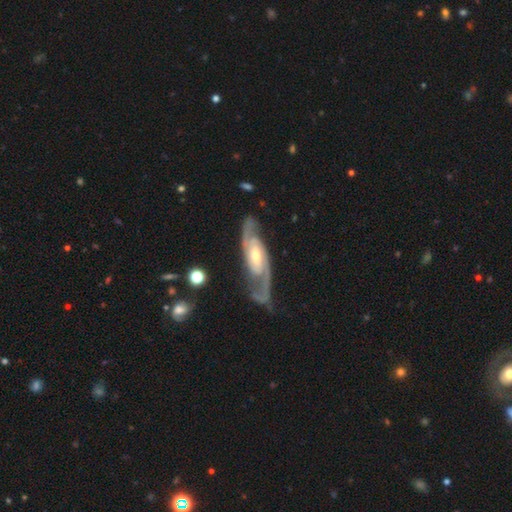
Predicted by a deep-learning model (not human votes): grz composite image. It shows a featured or disk galaxy (92%) with a weak bar (44%), 2 (91%) medium (53%) spiral arms (98%) and a moderate central bulge (60%). Merging: none (78%).